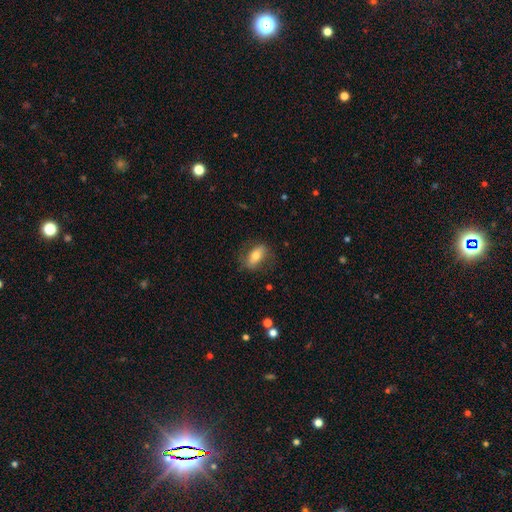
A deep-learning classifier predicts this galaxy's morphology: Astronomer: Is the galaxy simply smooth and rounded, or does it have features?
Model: smooth — 59%.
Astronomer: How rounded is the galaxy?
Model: in between — 80%.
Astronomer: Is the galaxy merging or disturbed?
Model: none — 74%.